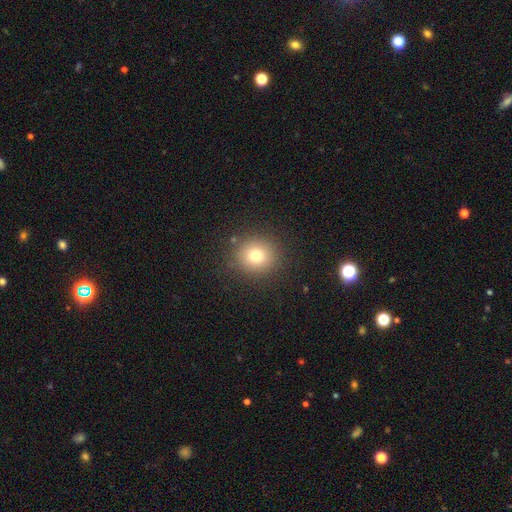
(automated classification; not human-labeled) Smooth or featured?
  - smooth: 77% *
  - star or artifact: 13%
  - featured or disk: 10%
How rounded?
  - round: 88% *
  - in between: 11%
  - cigar-shaped: 1%
Merging?
  - none: 88% *
  - minor disturbance: 7%
  - major disturbance: 3%
  - merger: 2%